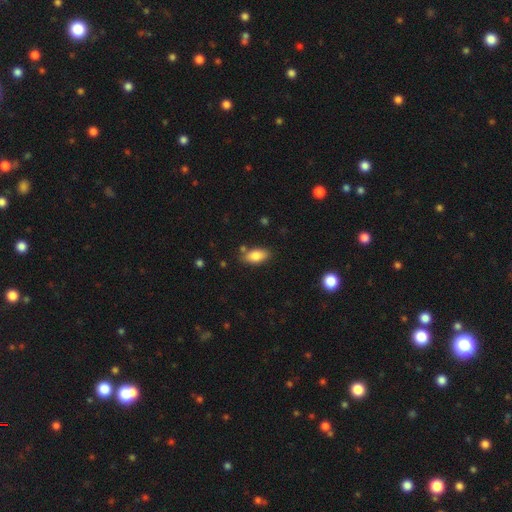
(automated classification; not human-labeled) This appears to be a smooth galaxy with no disk features (83%) that is in between round and cigar-shaped (89%). Merging: none (79%).